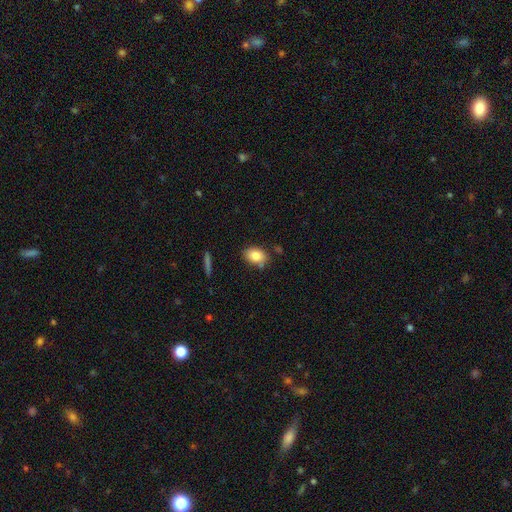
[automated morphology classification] Smooth or featured?
  - smooth: 82% *
  - featured or disk: 10%
  - star or artifact: 8%
How rounded?
  - in between: 80% *
  - round: 19%
  - cigar-shaped: 1%
Merging?
  - none: 76% *
  - minor disturbance: 15%
  - merger: 5%
  - major disturbance: 3%